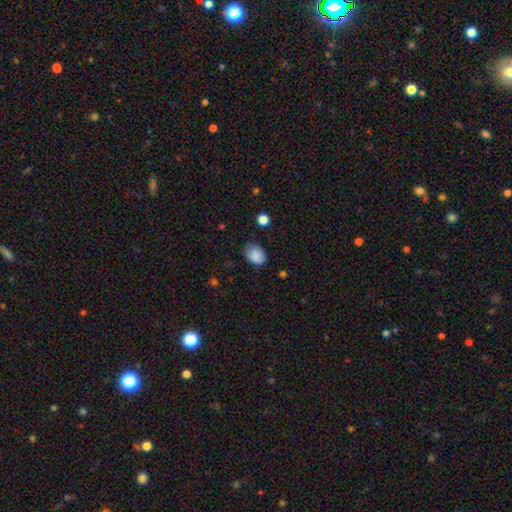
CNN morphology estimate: Smooth or featured? Predicted: smooth (p=0.87). How rounded? Predicted: in between (p=0.66). Merging? Predicted: none (p=0.66).